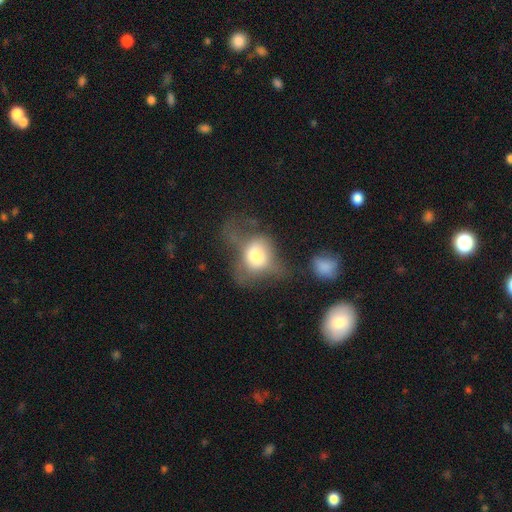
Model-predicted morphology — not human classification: A smooth galaxy with no disk features (61%) that is in between round and cigar-shaped (54%).

Vote fractions:
- Smooth or featured? smooth: 61% / featured or disk: 29% / star or artifact: 10%
- How rounded? in between: 54% / round: 45% / cigar-shaped: 2%
- Merging? major disturbance: 49% / none: 21% / minor disturbance: 18% / merger: 11%